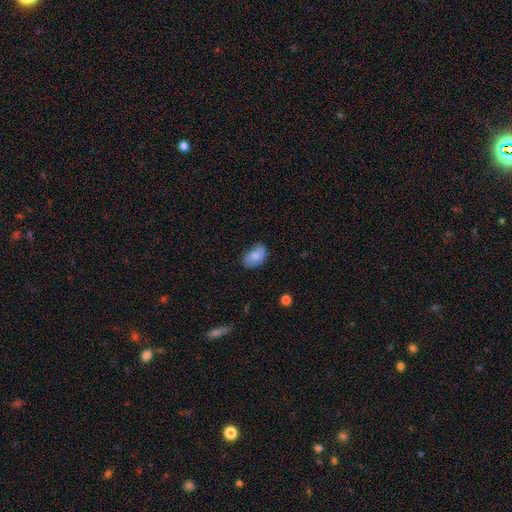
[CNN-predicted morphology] A smooth galaxy with no disk features (77%) that is in between round and cigar-shaped (89%). Merging: none (65%).